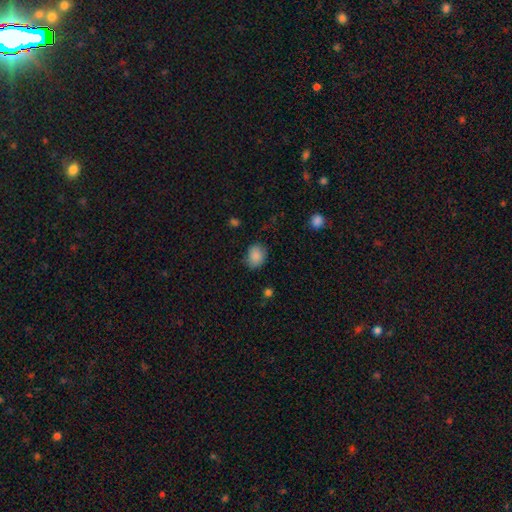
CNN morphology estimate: A smooth galaxy with no disk features (87%) that is round (51%).

Vote fractions:
- Smooth or featured? smooth: 87% / star or artifact: 8% / featured or disk: 5%
- How rounded? round: 51% / in between: 48% / cigar-shaped: 1%
- Merging? none: 74% / minor disturbance: 21% / major disturbance: 4% / merger: 1%